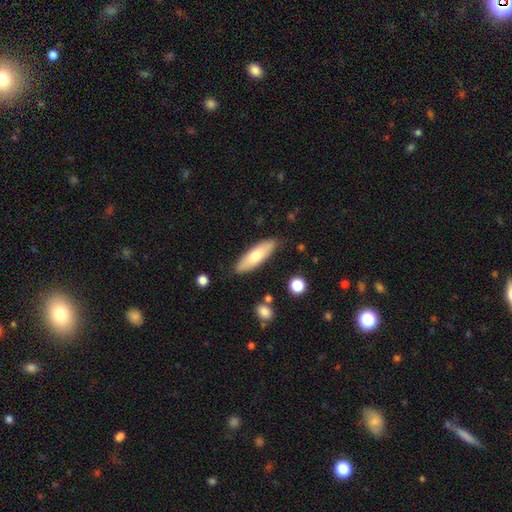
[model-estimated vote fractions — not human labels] A smooth galaxy with no disk features (68%) that is in between round and cigar-shaped (51%).

Vote fractions:
- Smooth or featured? smooth: 68% / featured or disk: 26% / star or artifact: 6%
- How rounded? in between: 51% / cigar-shaped: 47% / round: 2%
- Merging? none: 85% / minor disturbance: 11% / major disturbance: 2% / merger: 2%